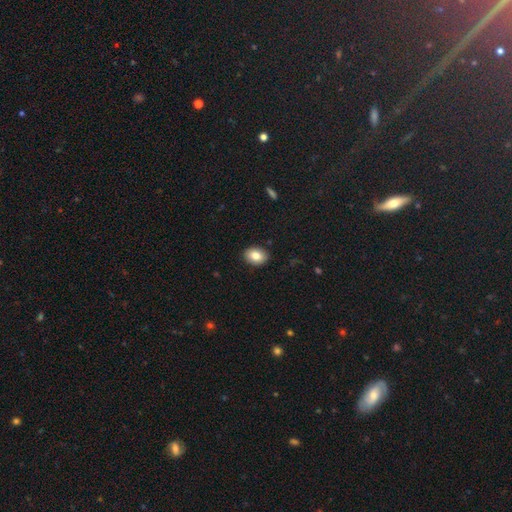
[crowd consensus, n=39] Smooth or featured: smooth — 87% (featured or disk — 10%)
How rounded: in between — 71% (round — 29%)
Merging: none — 92% (minor disturbance — 8%)